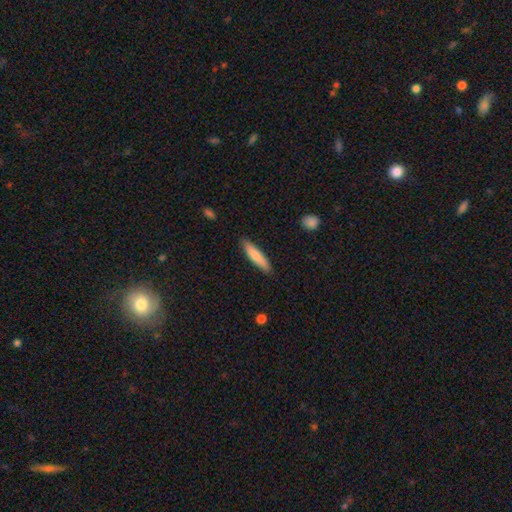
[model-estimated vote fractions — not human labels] Smooth or featured? smooth (79%)
How rounded? cigar-shaped (81%)
Merging? none (88%)